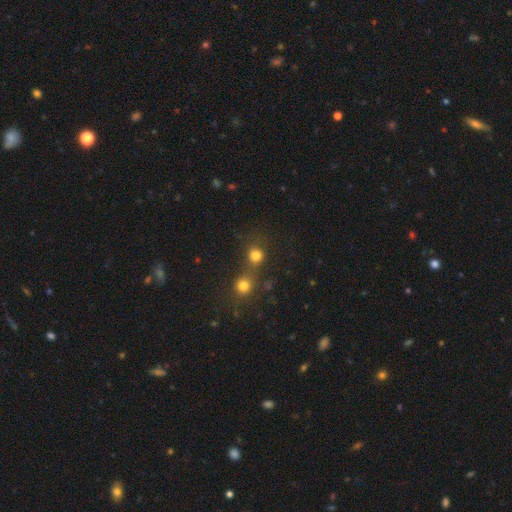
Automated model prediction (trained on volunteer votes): A smooth galaxy with no disk features (77%) that is round (86%).

Vote fractions:
- Smooth or featured? smooth: 77% / star or artifact: 15% / featured or disk: 7%
- How rounded? round: 86% / in between: 13% / cigar-shaped: 1%
- Merging? none: 46% / merger: 41% / minor disturbance: 8% / major disturbance: 5%